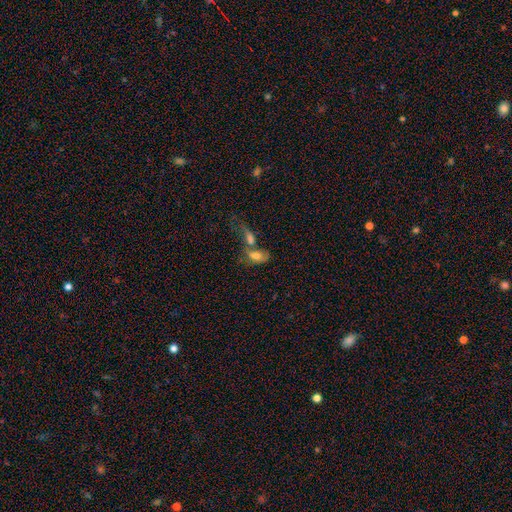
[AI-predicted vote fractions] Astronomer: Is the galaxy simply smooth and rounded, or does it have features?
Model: smooth — 68%.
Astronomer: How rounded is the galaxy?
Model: in between — 87%.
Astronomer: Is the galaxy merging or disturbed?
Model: merger — 59%.